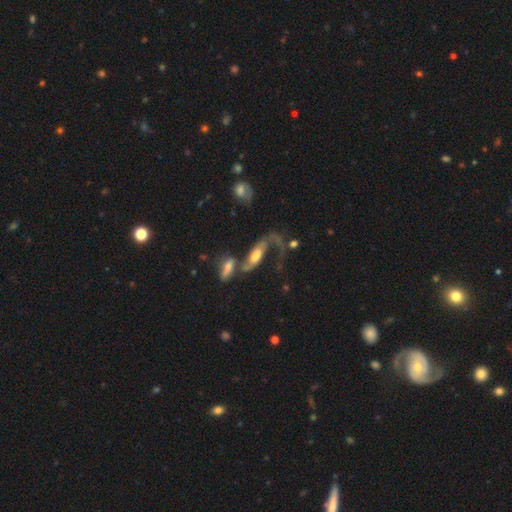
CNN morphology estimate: A featured or disk galaxy (68%) with no bar (48%), spiral arms (82%) and a moderate central bulge (49%).

Vote fractions:
- Smooth or featured? featured or disk: 68% / smooth: 24% / star or artifact: 8%
- Edge-on disk? no: 85% / yes: 15%
- Bar? no: 48% / weak: 35% / strong: 17%
- Spiral arms? yes: 82% / no: 18%
- Bulge size? moderate: 49% / large: 27% / small: 15% / none: 6% / dominant: 3%
- Merging? merger: 34% / major disturbance: 29% / none: 25% / minor disturbance: 11%